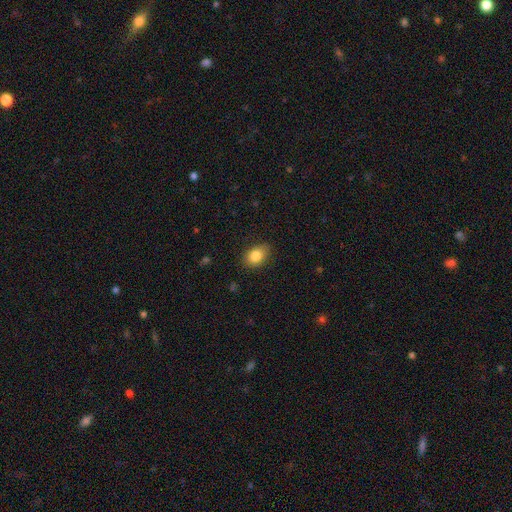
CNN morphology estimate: The model was most divided on "how rounded": in between: 77%, round: 22%, cigar-shaped: 1%. More confident: smooth or featured — smooth (83%); merging — none (82%).